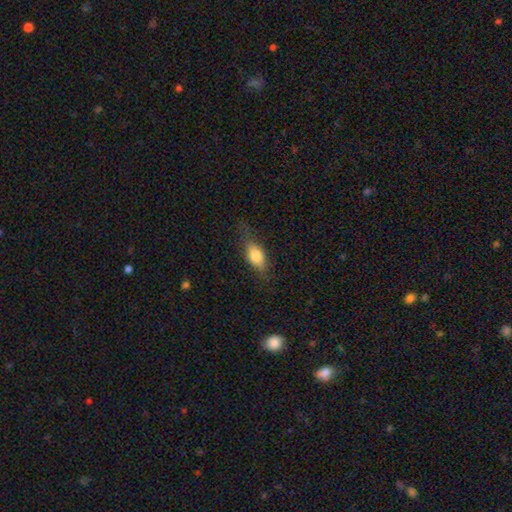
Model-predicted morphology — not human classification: type=smooth (75%); roundness=in between (78%); merging=none (67%).